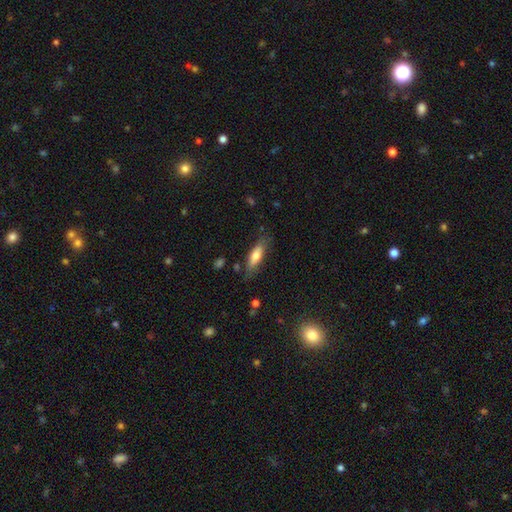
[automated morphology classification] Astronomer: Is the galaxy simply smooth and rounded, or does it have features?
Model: smooth — 68%.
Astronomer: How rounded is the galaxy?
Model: in between — 50% (runner-up: cigar-shaped, 48%).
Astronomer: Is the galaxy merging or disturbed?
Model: none — 76%.